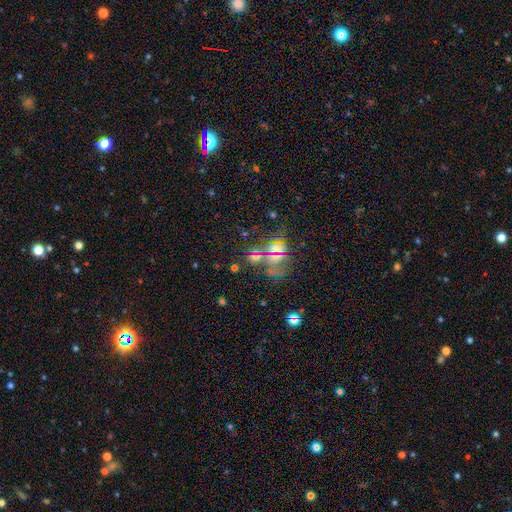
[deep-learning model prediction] A star or artifact, not a galaxy (44%).